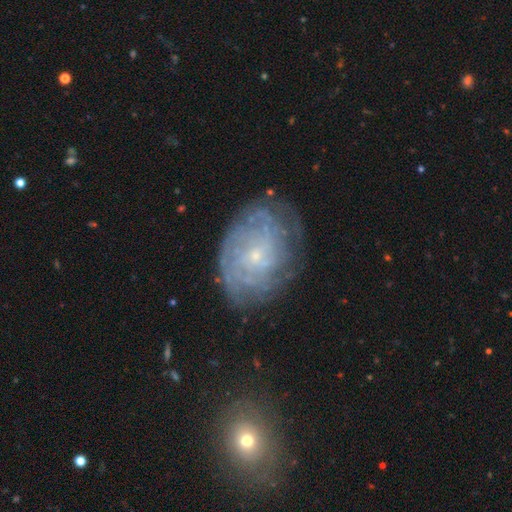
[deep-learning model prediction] Smooth or featured? Predicted: featured or disk (p=0.77). Edge-on disk? Predicted: no (p=0.96). Bar? Predicted: no (p=0.70). Spiral arms? Predicted: yes (p=0.89). Spiral winding? Predicted: tight (p=0.72). Spiral arm count? Predicted: can't tell (p=0.50). Bulge size? Predicted: small (p=0.85). Merging? Predicted: none (p=0.75).